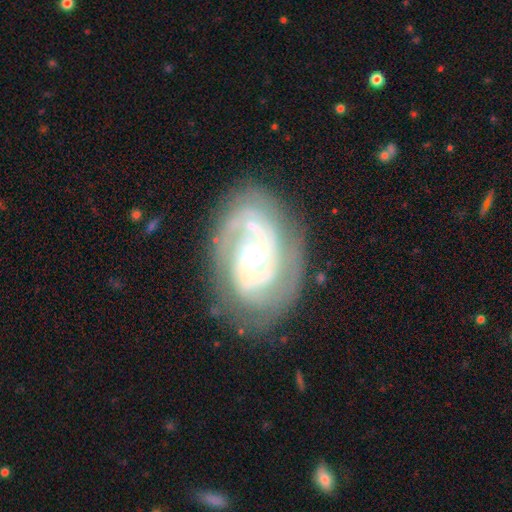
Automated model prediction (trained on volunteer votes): smooth_or_featured: featured or disk (p=0.88) [alt: smooth p=0.06]
disk_edge_on: no (p=0.97) [alt: yes p=0.03]
bar: no (p=0.52) [alt: weak p=0.34]
has_spiral_arms: yes (p=0.96) [alt: no p=0.04]
spiral_winding: tight (p=0.45) [alt: medium p=0.44]
spiral_arm_count: 2 (p=0.63) [alt: can't tell p=0.13]
bulge_size: small (p=0.63) [alt: moderate p=0.33]
merging: none (p=0.73) [alt: minor disturbance p=0.17]